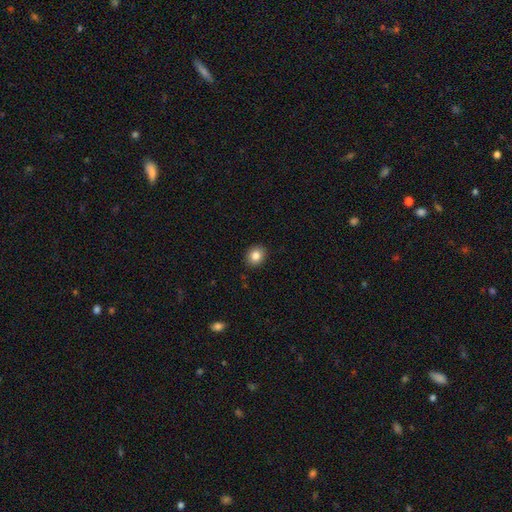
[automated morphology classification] smooth-or-featured: smooth: 84% | star or artifact: 10% | featured or disk: 6%
  how-rounded: round: 65% | in between: 34% | cigar-shaped: 1%
  merging: none: 91% | minor disturbance: 7% | major disturbance: 2% | merger: 1%